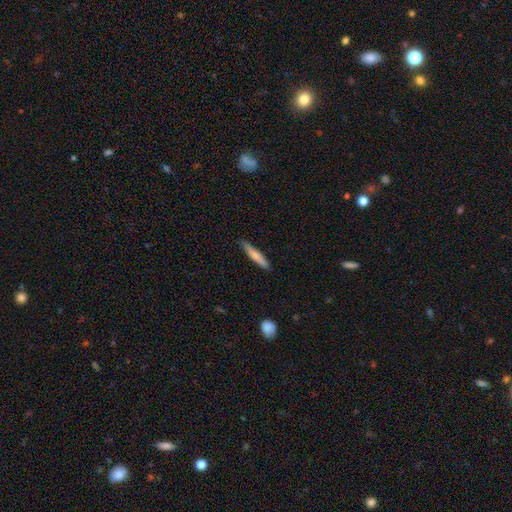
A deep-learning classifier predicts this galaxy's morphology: Overall: smooth (71%). How rounded: cigar-shaped (90%). Merging: none (85%).